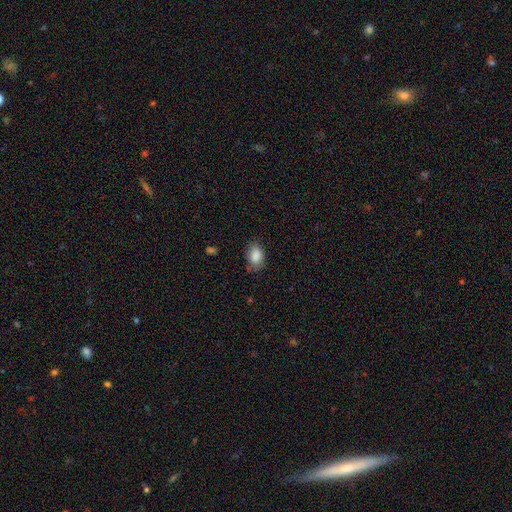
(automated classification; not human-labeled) Smooth or featured?
  - smooth: 87% *
  - star or artifact: 7%
  - featured or disk: 6%
How rounded?
  - in between: 84% *
  - round: 15%
  - cigar-shaped: 1%
Merging?
  - none: 75% *
  - minor disturbance: 19%
  - major disturbance: 4%
  - merger: 2%